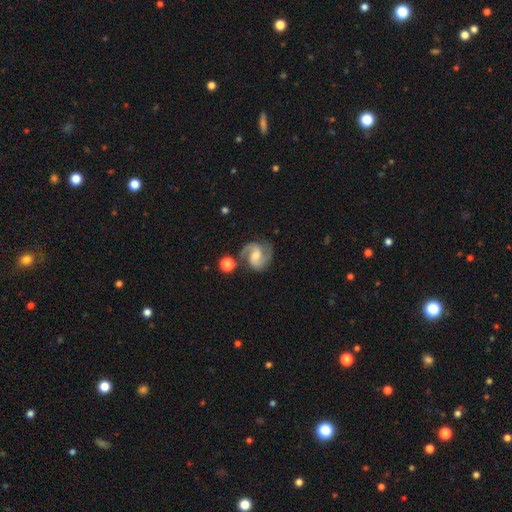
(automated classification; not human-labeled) Smooth or featured? featured or disk (88%)
Edge-on disk? no (98%)
Bar? weak (50%)
Spiral arms? yes (98%)
Spiral winding? medium (60%)
Spiral arm count? 2 (93%)
Bulge size? moderate (48%)
Merging? none (76%)